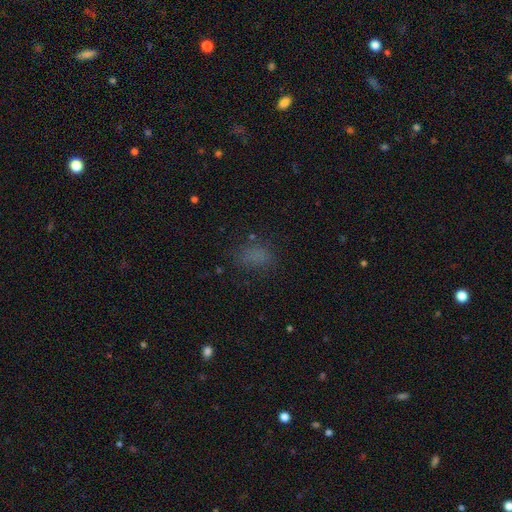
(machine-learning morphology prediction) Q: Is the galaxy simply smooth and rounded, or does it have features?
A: smooth — 72%.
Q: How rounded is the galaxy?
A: in between — 74%.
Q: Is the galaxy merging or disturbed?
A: none — 71%.